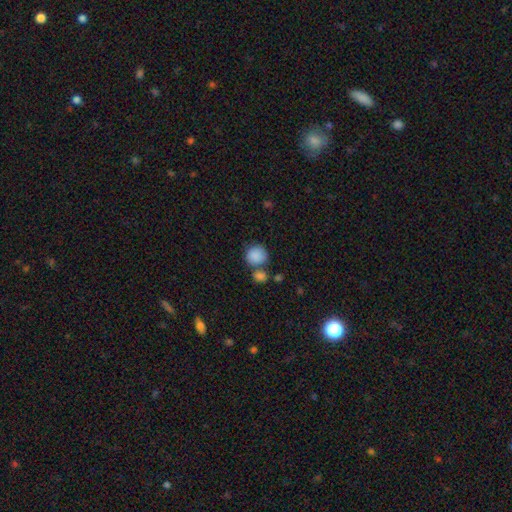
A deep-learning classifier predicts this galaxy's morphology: type=smooth (87%); roundness=round (85%); merging=none (55%).